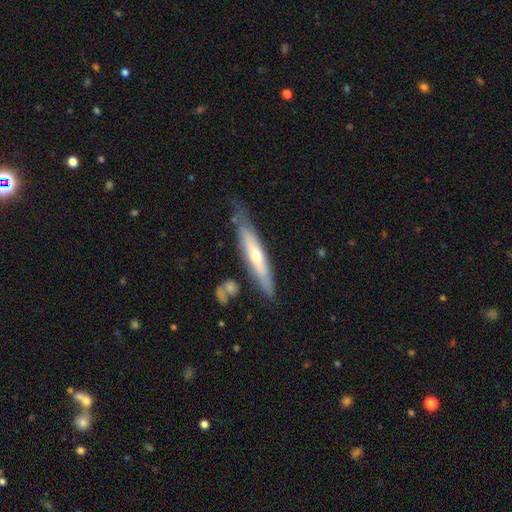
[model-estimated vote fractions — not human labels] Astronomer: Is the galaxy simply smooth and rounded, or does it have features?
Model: featured or disk — 59% (runner-up: smooth, 35%).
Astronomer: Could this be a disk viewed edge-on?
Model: yes — 71%.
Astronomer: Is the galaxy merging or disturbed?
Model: none — 67%.